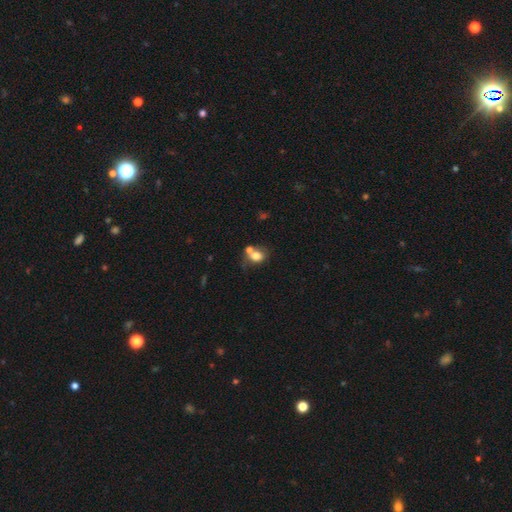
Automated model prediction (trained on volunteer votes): Overall: smooth (74%). How rounded: round (58%; in between 41%). Merging: merger (40%; none 38%).